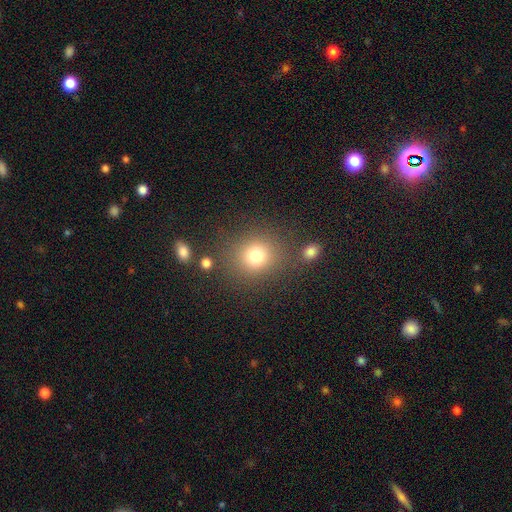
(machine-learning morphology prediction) This appears to be a smooth galaxy with no disk features (77%) that is round (83%). Merging: none (79%).